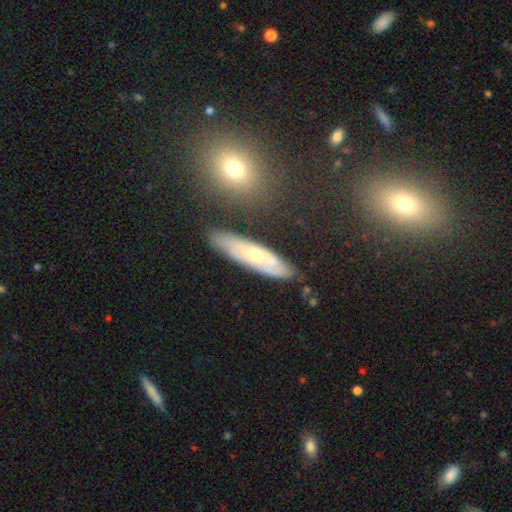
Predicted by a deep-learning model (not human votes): Q: Smooth or featured?
A: featured or disk (60%); runner-up: smooth (32%)
Q: Edge-on disk?
A: no (64%); runner-up: yes (36%)
Q: Merging?
A: none (77%); runner-up: minor disturbance (15%)